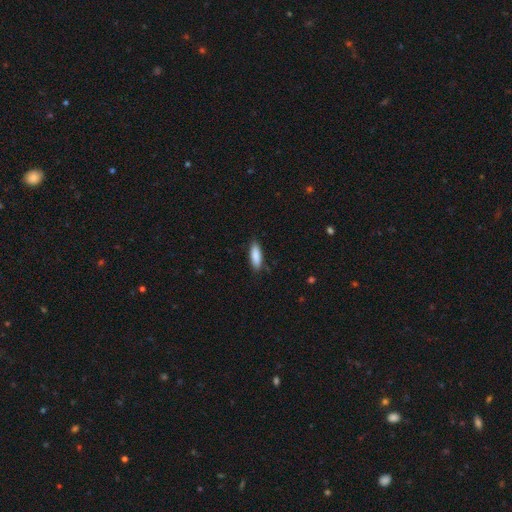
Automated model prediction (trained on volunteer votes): Smooth or featured? Predicted: smooth (p=0.88). How rounded? Predicted: in between (p=0.58). Merging? Predicted: none (p=0.84).